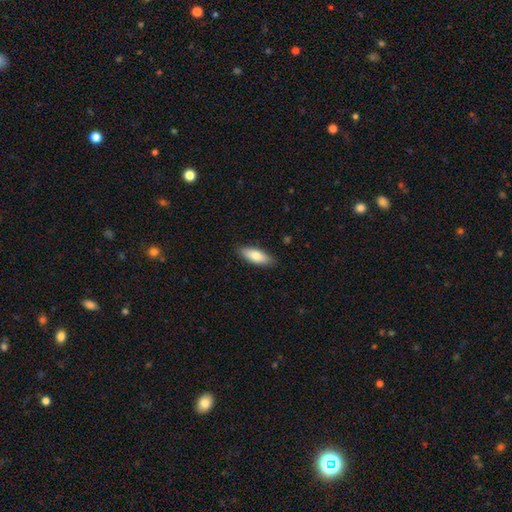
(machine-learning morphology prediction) Q: Smooth or featured?
A: smooth (78%); runner-up: featured or disk (17%)
Q: How rounded?
A: in between (67%); runner-up: cigar-shaped (31%)
Q: Merging?
A: none (88%); runner-up: minor disturbance (9%)